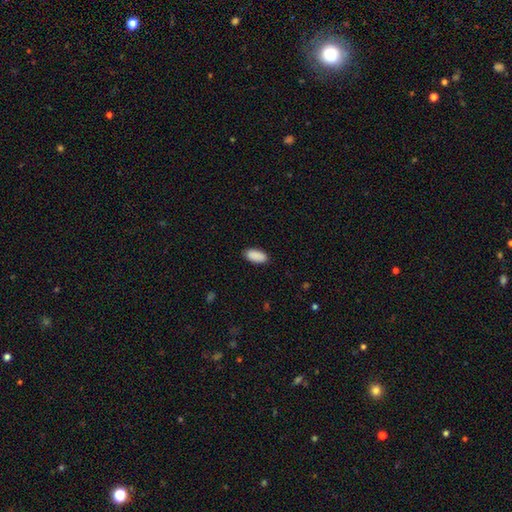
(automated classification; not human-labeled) Overall: smooth (91%). How rounded: in between (92%). Merging: none (89%).